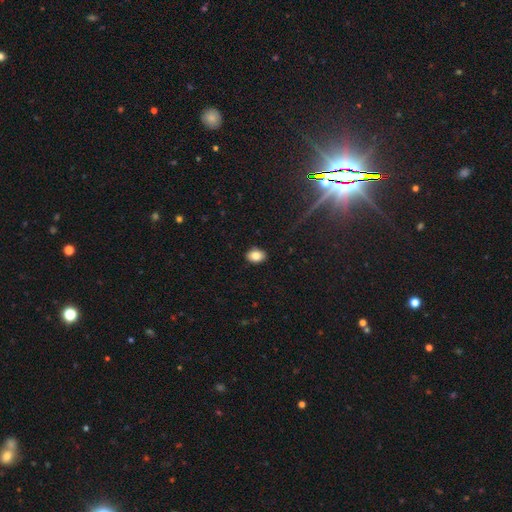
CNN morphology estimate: The model was most divided on "how rounded": in between: 76%, round: 23%, cigar-shaped: 1%. More confident: merging — none (88%); smooth or featured — smooth (84%).